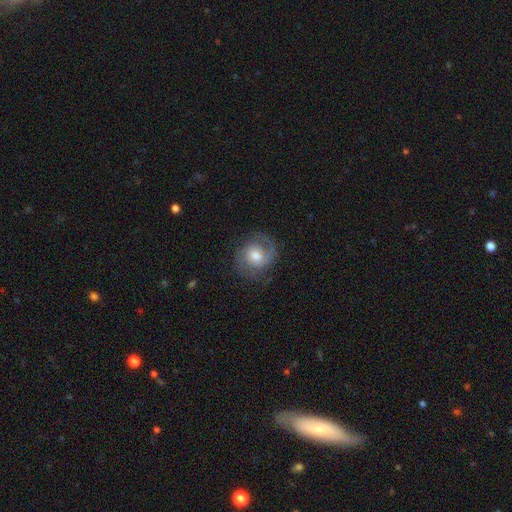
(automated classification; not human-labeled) This is likely a featured or disk galaxy (74%). It is clearly not viewed edge-on (98%). Bar: possibly no (56%). Spiral arm pattern: clearly yes (93%). Spiral arm count: likely 2 (66%). Spiral winding: marginally medium (45%). Central bulge: likely moderate (64%). Merging: likely none (73%).